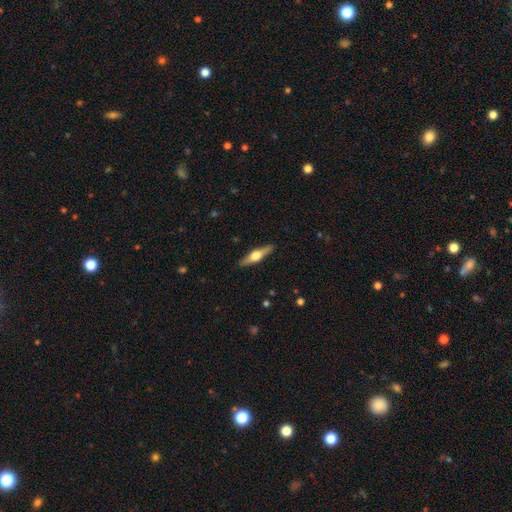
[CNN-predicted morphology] Smooth or featured? Predicted: featured or disk (p=0.64). Edge-on disk? Predicted: yes (p=0.96). Edge-on bulge? Predicted: rounded (p=0.94). Merging? Predicted: none (p=0.90).